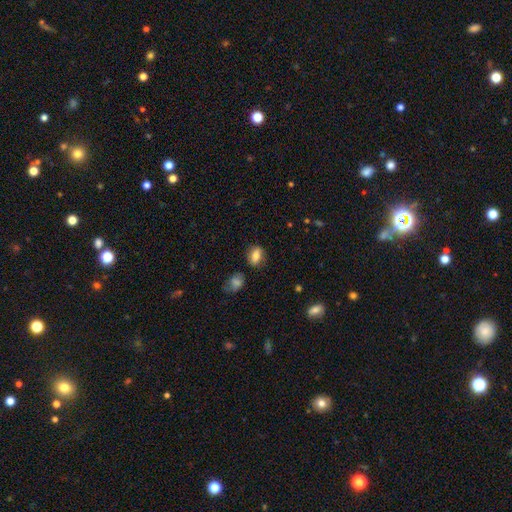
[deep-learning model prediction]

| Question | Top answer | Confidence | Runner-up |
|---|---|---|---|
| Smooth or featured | smooth | 78% | featured or disk (13%) |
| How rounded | in between | 78% | round (18%) |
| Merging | none | 72% | minor disturbance (18%) |